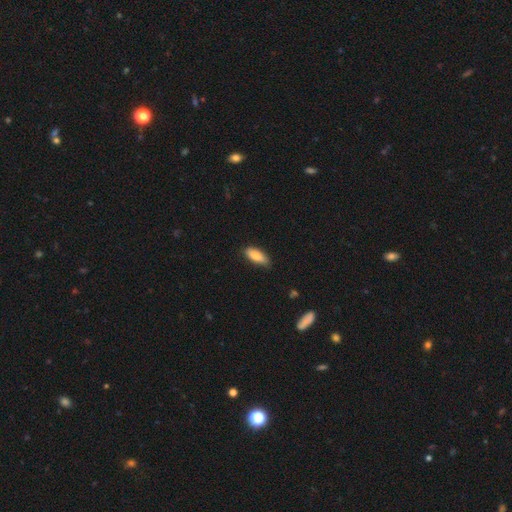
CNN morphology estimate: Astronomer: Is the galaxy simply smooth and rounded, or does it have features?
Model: smooth — 81%.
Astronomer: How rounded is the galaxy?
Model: in between — 78%.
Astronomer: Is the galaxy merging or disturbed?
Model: none — 82%.